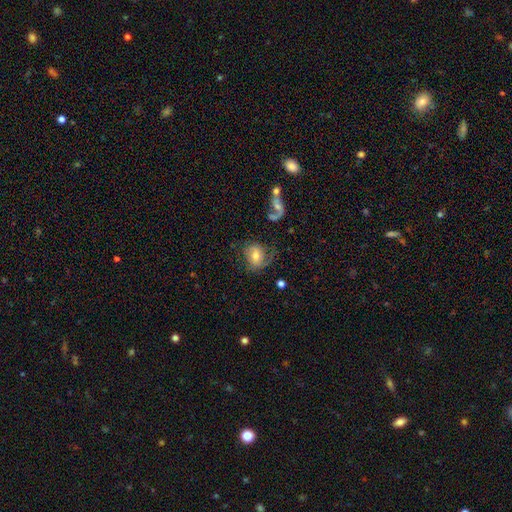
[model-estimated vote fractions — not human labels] This is possibly a featured or disk galaxy (51%). It is clearly not viewed edge-on (95%). Merging: possibly none (52%).